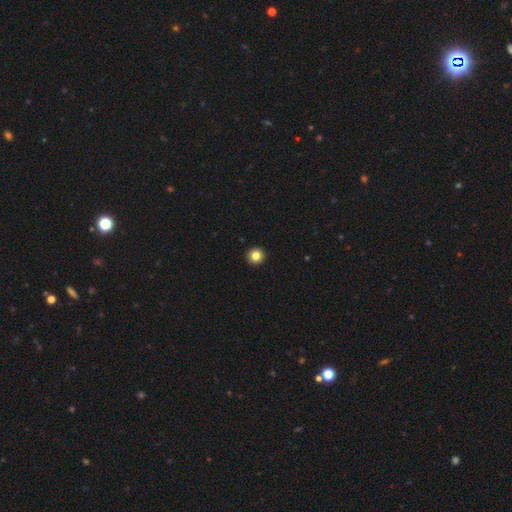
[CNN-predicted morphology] smooth-or-featured: smooth: 84% | star or artifact: 11% | featured or disk: 5%
  how-rounded: round: 95% | in between: 4% | cigar-shaped: 1%
  merging: none: 94% | minor disturbance: 4% | major disturbance: 1% | merger: 1%